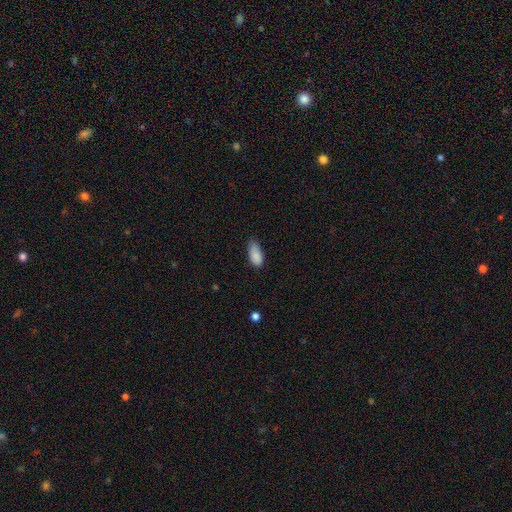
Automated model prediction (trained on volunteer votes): Overall: smooth (87%). How rounded: in between (90%). Merging: none (55%; minor disturbance 37%).